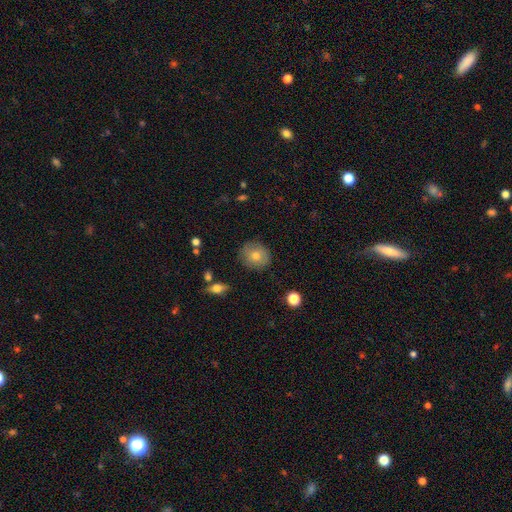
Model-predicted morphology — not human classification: type=smooth (70%); roundness=round (84%); merging=none (86%).